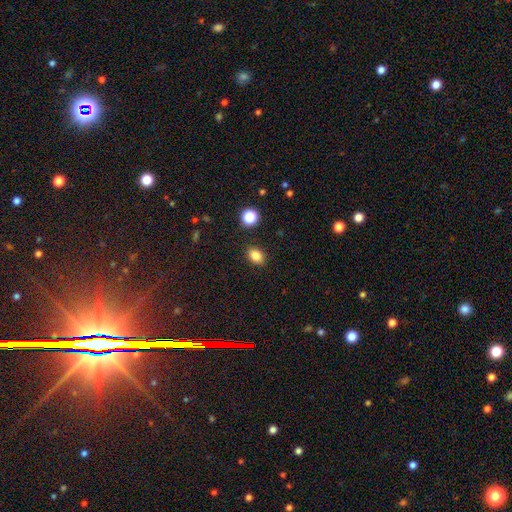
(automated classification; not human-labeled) A smooth galaxy with no disk features (83%) that is in between round and cigar-shaped (76%). Merging: none (87%).